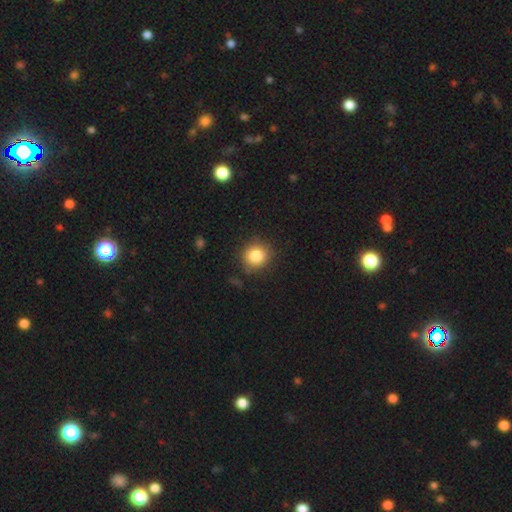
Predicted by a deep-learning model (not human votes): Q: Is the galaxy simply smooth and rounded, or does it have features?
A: smooth — 85%.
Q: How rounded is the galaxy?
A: round — 89%.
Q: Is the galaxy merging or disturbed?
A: none — 84%.